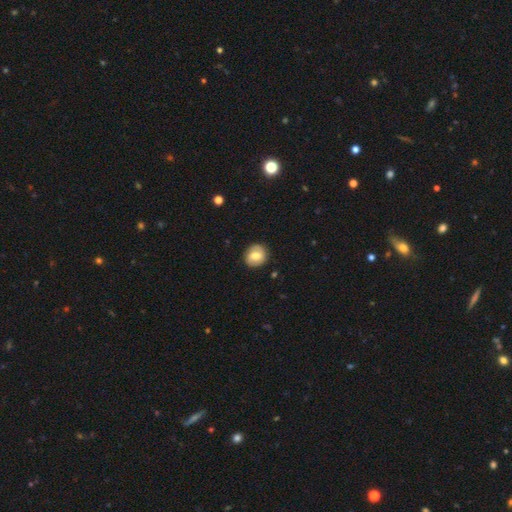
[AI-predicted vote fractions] Q: Smooth or featured?
A: smooth (55%); runner-up: featured or disk (37%)
Q: How rounded?
A: round (77%); runner-up: in between (22%)
Q: Merging?
A: none (84%); runner-up: minor disturbance (11%)